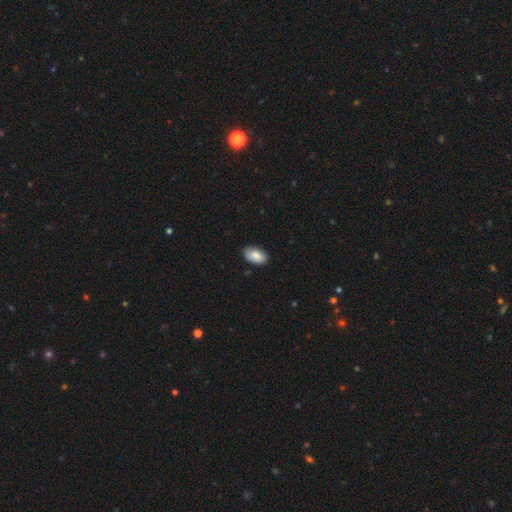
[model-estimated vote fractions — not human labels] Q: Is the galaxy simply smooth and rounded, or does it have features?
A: smooth — 85%.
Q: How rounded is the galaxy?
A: in between — 94%.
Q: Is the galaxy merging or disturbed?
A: none — 87%.